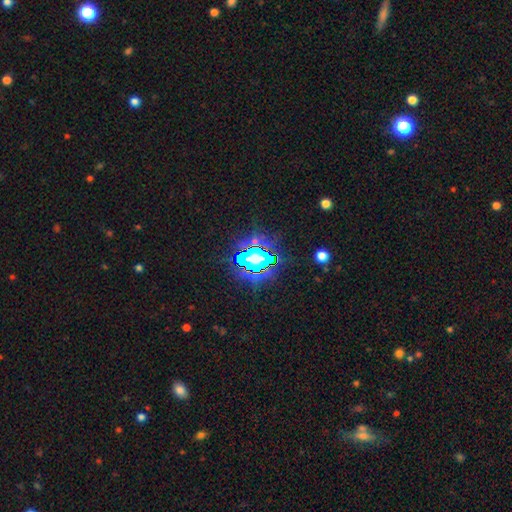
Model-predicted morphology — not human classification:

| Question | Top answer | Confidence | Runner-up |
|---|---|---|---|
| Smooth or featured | star or artifact | 81% | smooth (11%) |